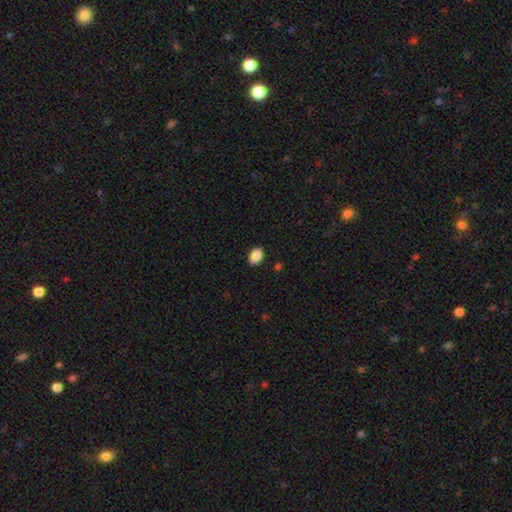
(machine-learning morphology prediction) Q: Smooth or featured?
A: smooth (89%); runner-up: star or artifact (8%)
Q: How rounded?
A: in between (72%); runner-up: round (27%)
Q: Merging?
A: none (89%); runner-up: minor disturbance (8%)